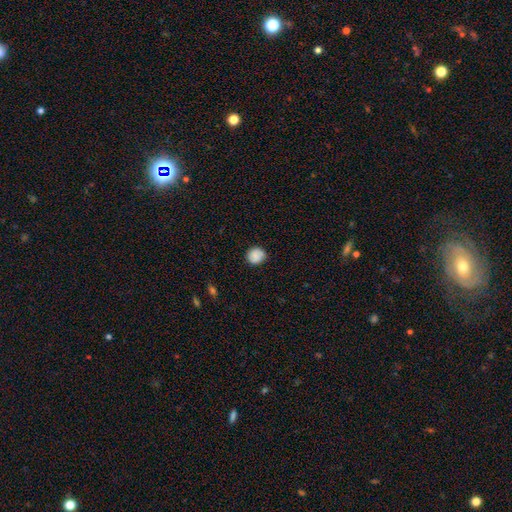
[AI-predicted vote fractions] Overall: smooth (85%). How rounded: round (84%). Merging: none (83%).